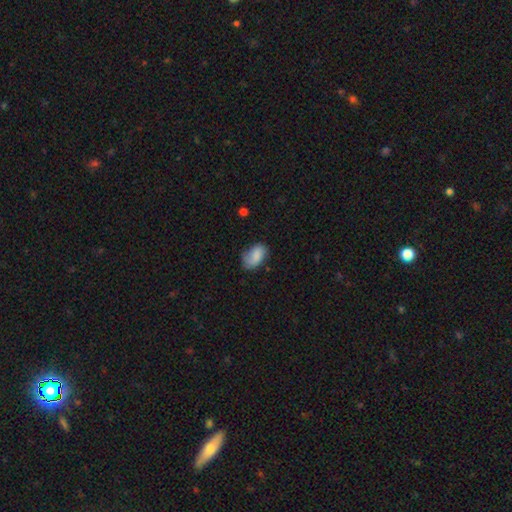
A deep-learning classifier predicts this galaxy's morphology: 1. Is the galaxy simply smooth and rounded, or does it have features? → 81% smooth, 11% featured or disk, 7% star or artifact.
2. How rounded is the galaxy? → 92% in between, 6% round, 2% cigar-shaped.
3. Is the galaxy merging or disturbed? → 60% none, 30% minor disturbance, 8% major disturbance, 2% merger.